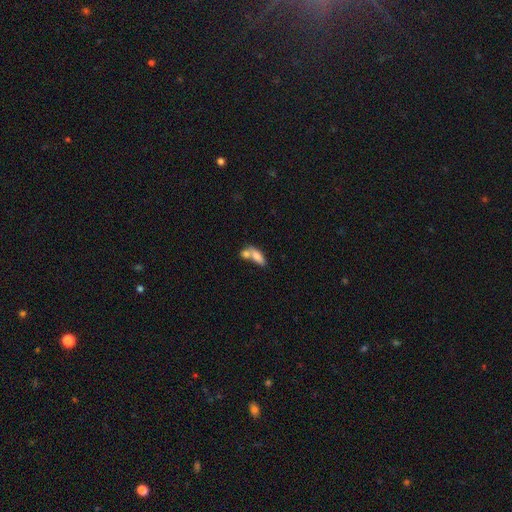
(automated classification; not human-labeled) This appears to be a smooth galaxy with no disk features (76%) that is in between round and cigar-shaped (76%). Merging: merger (59%).